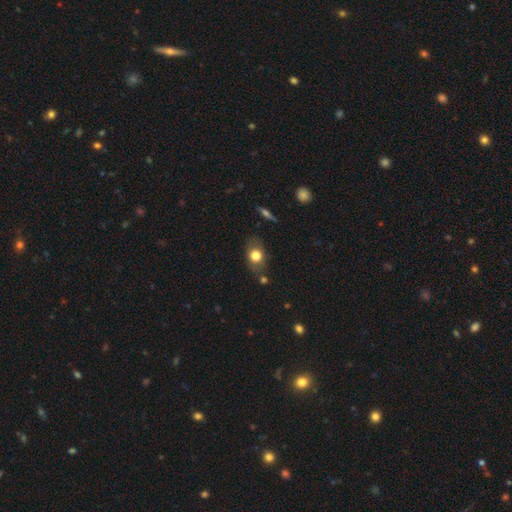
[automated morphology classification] type=smooth (74%); roundness=in between (67%); merging=none (72%).